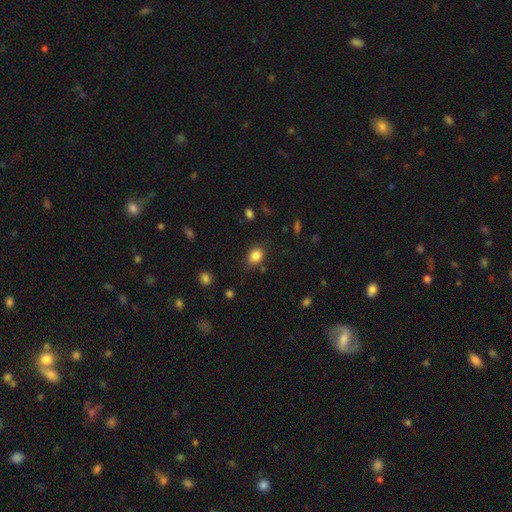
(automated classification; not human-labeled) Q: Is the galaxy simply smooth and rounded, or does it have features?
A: smooth — 84%.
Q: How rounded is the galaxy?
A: in between — 50%.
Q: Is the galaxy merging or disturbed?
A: none — 79%.